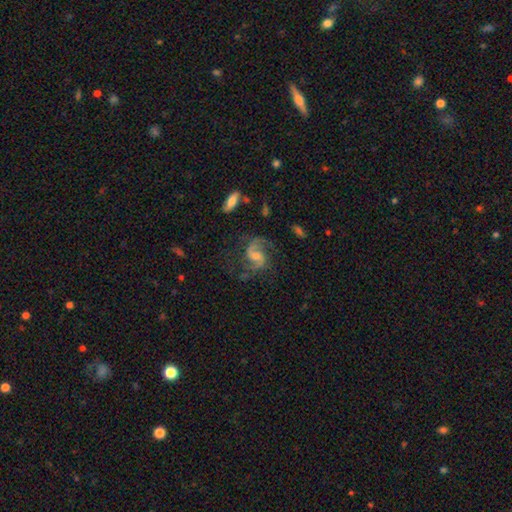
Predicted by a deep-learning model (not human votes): Morphology: type=featured or disk (85%); edge-on=no (97%); bar=weak (47%); spiral arms=yes (96%); winding=medium (51%); arm count=2 (89%); bulge=moderate (48%); merging=none (65%).